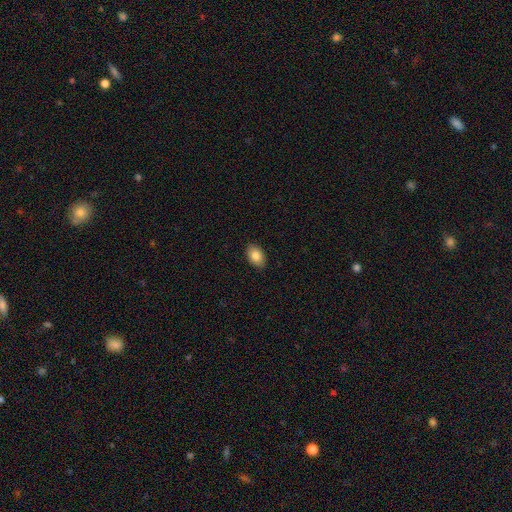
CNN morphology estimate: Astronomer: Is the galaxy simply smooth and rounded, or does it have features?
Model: smooth — 84%.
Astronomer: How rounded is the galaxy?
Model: in between — 89%.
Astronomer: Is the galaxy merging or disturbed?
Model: none — 89%.